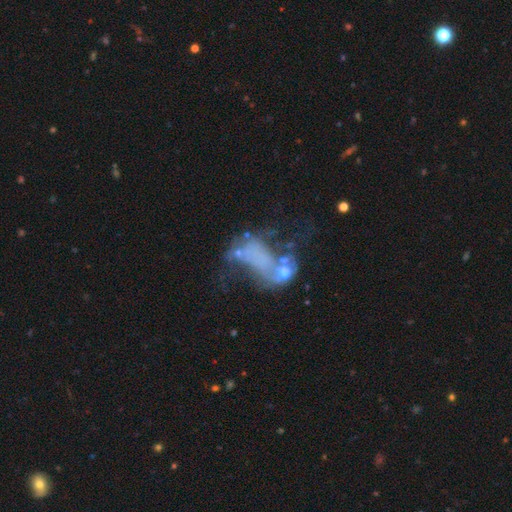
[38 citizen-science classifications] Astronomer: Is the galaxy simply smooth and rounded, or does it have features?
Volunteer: featured or disk — 63%.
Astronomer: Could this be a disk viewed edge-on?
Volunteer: no — 100%.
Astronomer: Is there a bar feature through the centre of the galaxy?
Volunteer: no — 88%.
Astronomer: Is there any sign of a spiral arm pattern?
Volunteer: no — 96%.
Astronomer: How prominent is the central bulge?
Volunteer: none — 75%.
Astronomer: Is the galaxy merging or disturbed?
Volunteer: merger — 37% (runner-up: major disturbance, 31%).